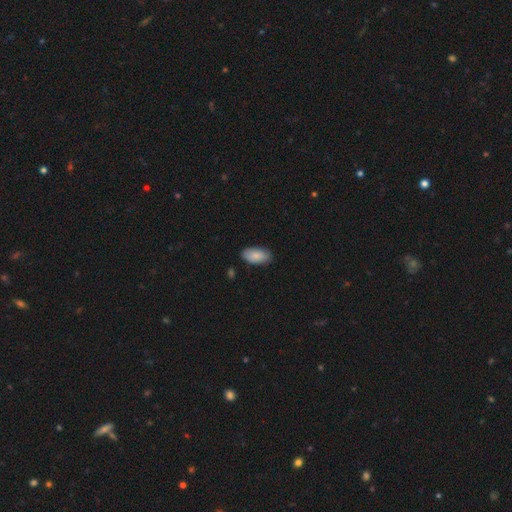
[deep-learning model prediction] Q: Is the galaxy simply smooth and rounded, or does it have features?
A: smooth — 86%.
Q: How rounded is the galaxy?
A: in between — 94%.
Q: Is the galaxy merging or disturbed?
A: none — 84%.